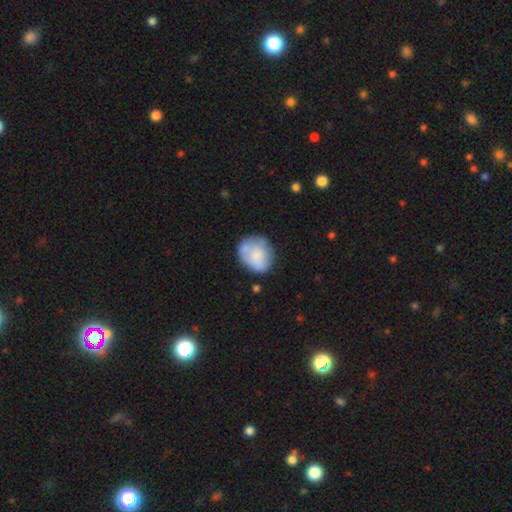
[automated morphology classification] Smooth or featured: smooth — 65% (featured or disk — 28%)
How rounded: round — 67% (in between — 32%)
Merging: none — 55% (minor disturbance — 25%)